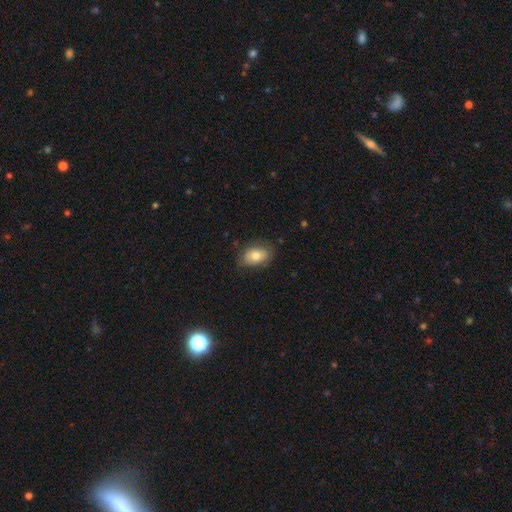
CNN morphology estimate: This appears to be a smooth galaxy with no disk features (74%) that is in between round and cigar-shaped (84%). Merging: none (75%).